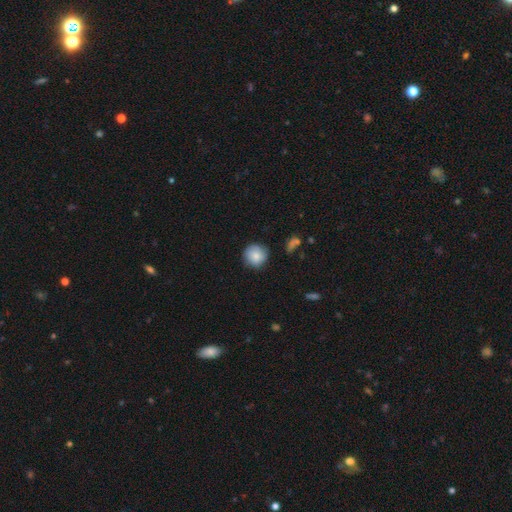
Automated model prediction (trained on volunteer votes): Overall: smooth (78%). How rounded: round (91%). Merging: none (74%).